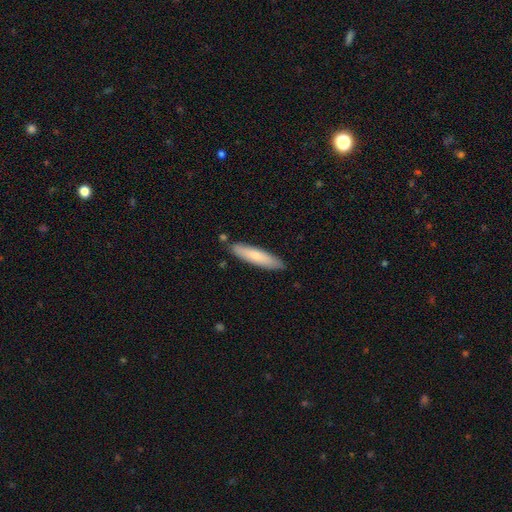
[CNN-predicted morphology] This appears to be a smooth galaxy with no disk features (70%) that is cigar-shaped (81%). Merging: none (85%).